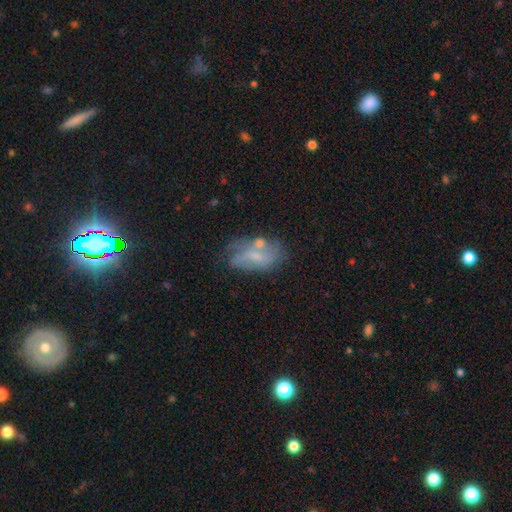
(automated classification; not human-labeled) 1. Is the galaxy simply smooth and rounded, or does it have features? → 51% featured or disk, 39% smooth, 11% star or artifact.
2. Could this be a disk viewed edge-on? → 92% no, 8% yes.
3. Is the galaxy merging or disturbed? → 45% none, 25% minor disturbance, 15% major disturbance, 14% merger.